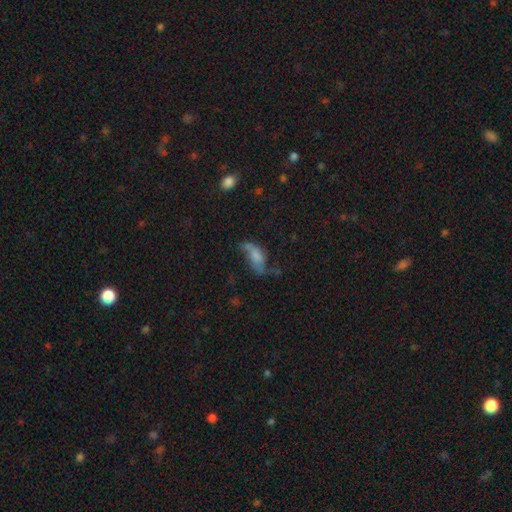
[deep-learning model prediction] Smooth or featured?
  - featured or disk: 45% *
  - smooth: 44%
  - star or artifact: 12%
Merging?
  - none: 36% *
  - major disturbance: 31%
  - minor disturbance: 26%
  - merger: 6%